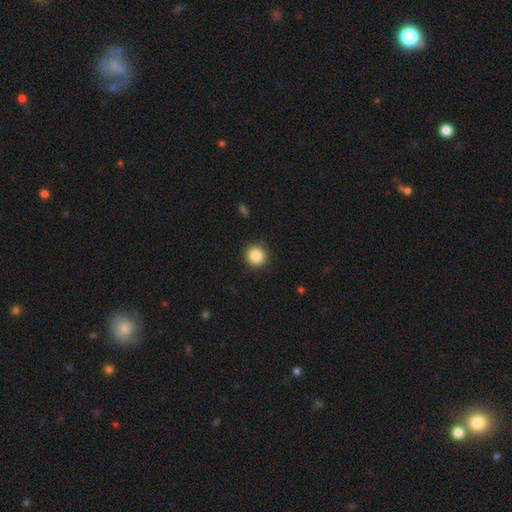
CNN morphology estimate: The model was most divided on "smooth or featured": smooth: 86%, star or artifact: 9%, featured or disk: 4%. More confident: how rounded — round (93%); merging — none (90%).